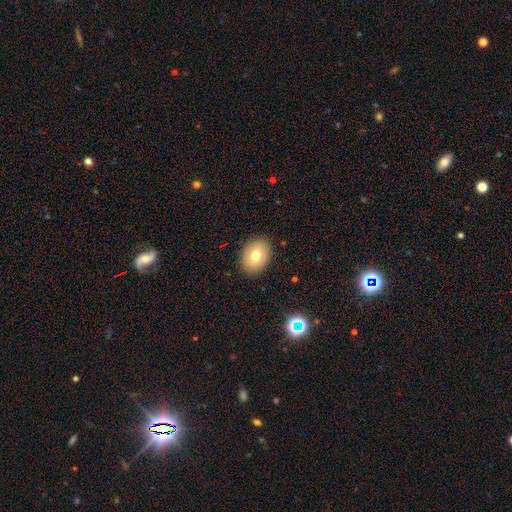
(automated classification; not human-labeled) Overall: smooth (71%). How rounded: in between (73%). Merging: none (87%).